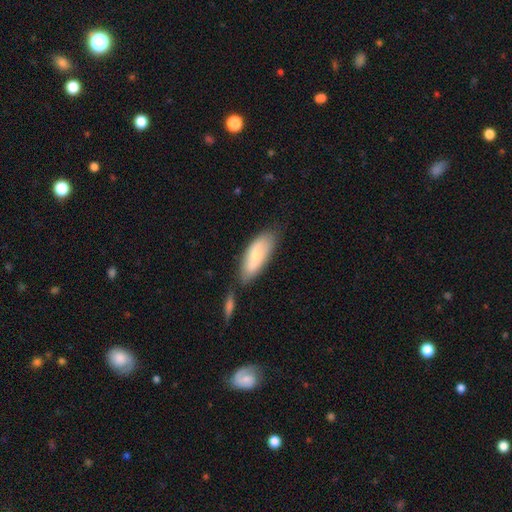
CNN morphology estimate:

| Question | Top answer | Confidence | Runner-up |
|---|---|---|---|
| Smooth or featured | smooth | 66% | featured or disk (28%) |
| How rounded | in between | 67% | cigar-shaped (31%) |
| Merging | none | 59% | minor disturbance (20%) |